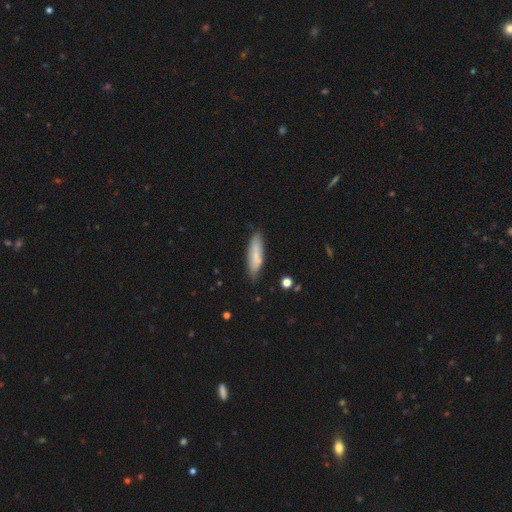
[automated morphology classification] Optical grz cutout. It shows a smooth galaxy with no disk features (75%) that is cigar-shaped (63%). Merging: none (78%).